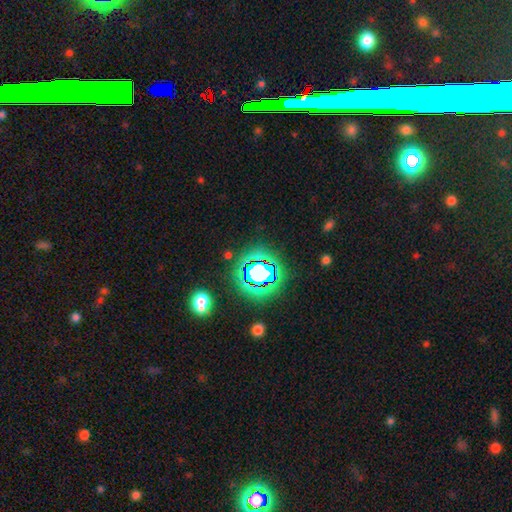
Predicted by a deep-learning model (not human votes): A star or artifact, not a galaxy (75%).

Vote fractions:
- Smooth or featured? star or artifact: 75% / smooth: 14% / featured or disk: 12%